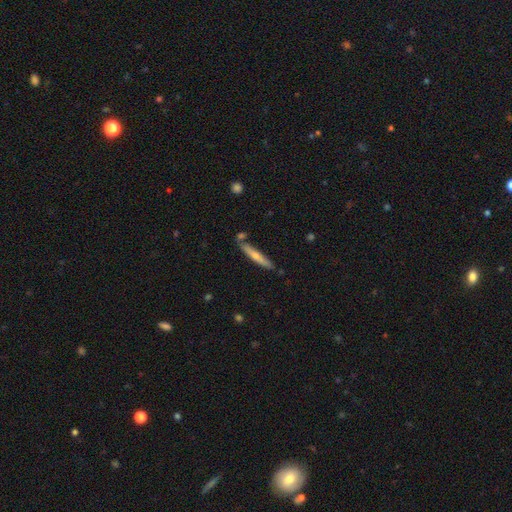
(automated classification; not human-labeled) A smooth galaxy with no disk features (53%) that is cigar-shaped (92%).

Vote fractions:
- Smooth or featured? smooth: 53% / featured or disk: 42% / star or artifact: 6%
- How rounded? cigar-shaped: 92% / in between: 6% / round: 1%
- Merging? none: 77% / minor disturbance: 13% / merger: 8% / major disturbance: 2%